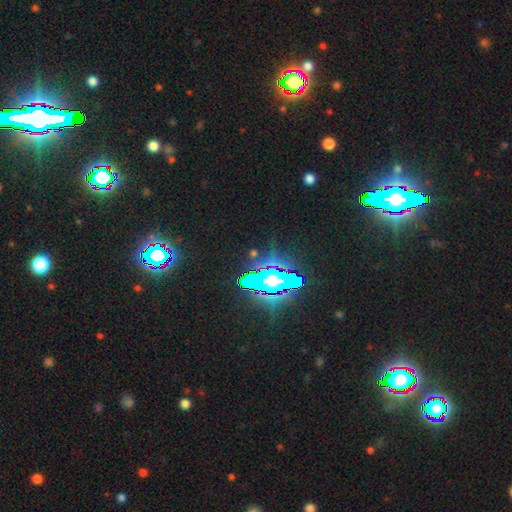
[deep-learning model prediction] Smooth or featured? star or artifact (66%)